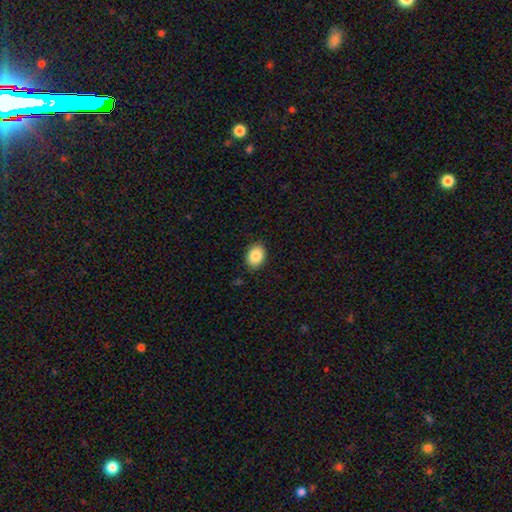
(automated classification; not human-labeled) Smooth or featured? smooth (86%)
How rounded? in between (68%)
Merging? none (86%)